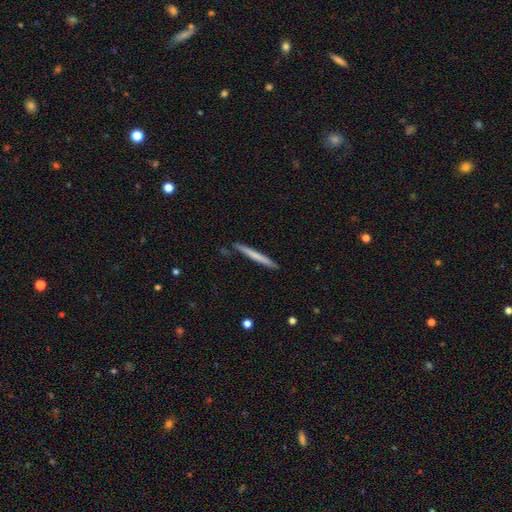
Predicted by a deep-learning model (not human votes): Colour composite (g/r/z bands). It shows a smooth galaxy with no disk features (62%) that is cigar-shaped (97%). Merging: none (90%).